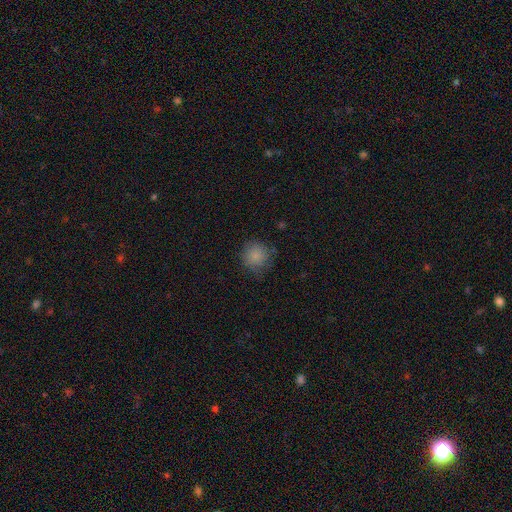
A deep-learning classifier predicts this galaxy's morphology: type=smooth (85%); roundness=round (92%); merging=none (77%).